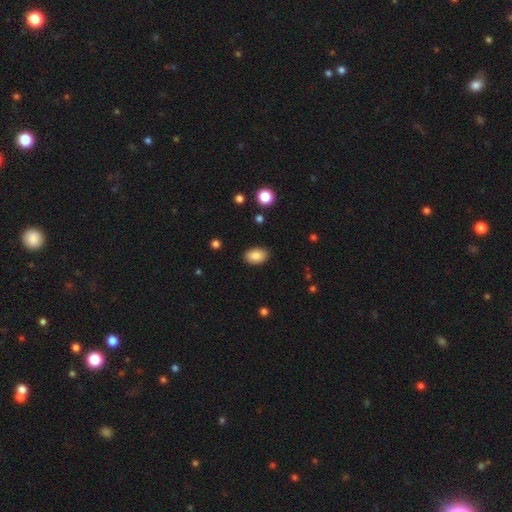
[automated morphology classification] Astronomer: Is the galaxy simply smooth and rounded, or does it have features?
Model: smooth — 87%.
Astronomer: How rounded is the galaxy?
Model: in between — 88%.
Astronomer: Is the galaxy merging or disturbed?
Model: none — 88%.